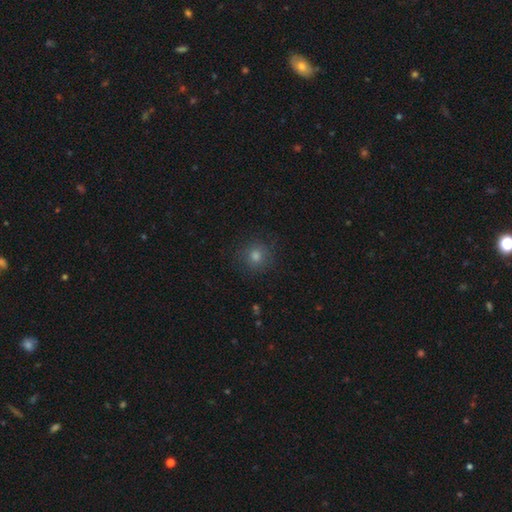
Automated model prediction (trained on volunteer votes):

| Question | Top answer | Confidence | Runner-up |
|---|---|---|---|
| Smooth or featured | smooth | 71% | star or artifact (21%) |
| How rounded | round | 93% | in between (6%) |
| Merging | none | 88% | minor disturbance (8%) |